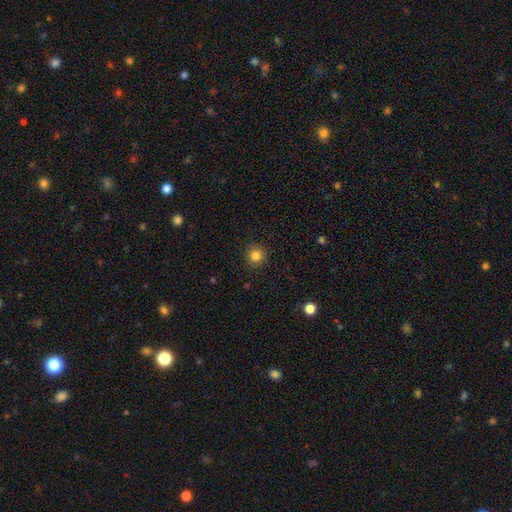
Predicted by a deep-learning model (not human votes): Smooth or featured? smooth (83%)
How rounded? round (91%)
Merging? none (89%)